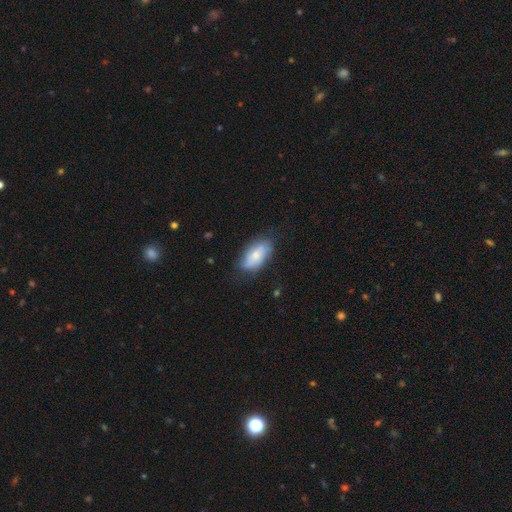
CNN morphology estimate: smooth-or-featured: smooth: 62% | featured or disk: 31% | star or artifact: 7%
  how-rounded: in between: 90% | cigar-shaped: 7% | round: 3%
  merging: none: 67% | minor disturbance: 24% | major disturbance: 7% | merger: 2%